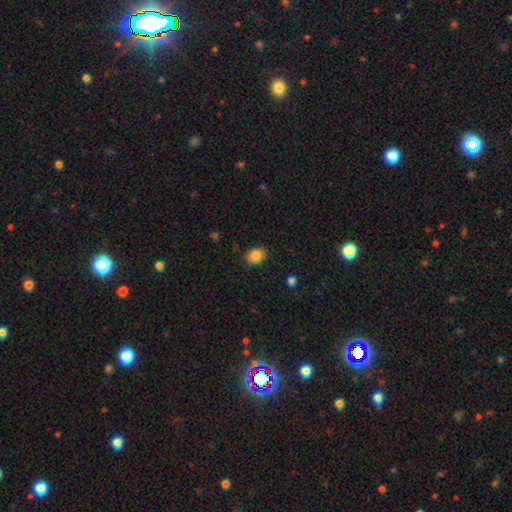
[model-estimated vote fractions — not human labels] Smooth or featured?
  - smooth: 86% *
  - star or artifact: 9%
  - featured or disk: 5%
How rounded?
  - in between: 53% *
  - round: 46%
  - cigar-shaped: 1%
Merging?
  - none: 86% *
  - minor disturbance: 10%
  - major disturbance: 2%
  - merger: 1%